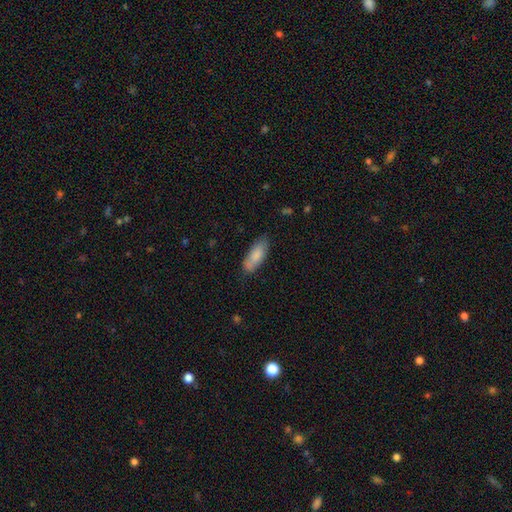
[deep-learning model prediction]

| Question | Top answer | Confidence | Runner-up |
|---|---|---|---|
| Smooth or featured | smooth | 82% | featured or disk (12%) |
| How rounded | in between | 72% | cigar-shaped (27%) |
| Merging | none | 74% | minor disturbance (19%) |